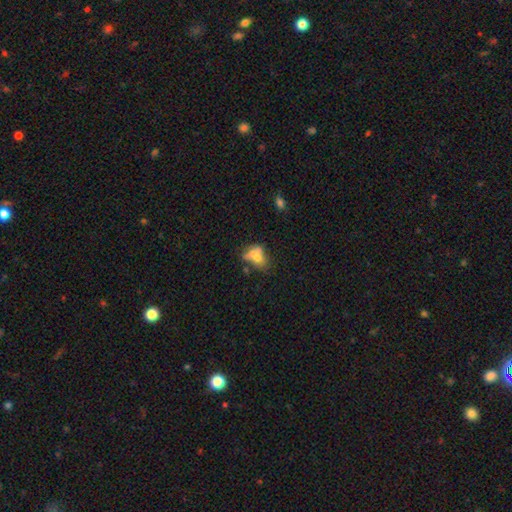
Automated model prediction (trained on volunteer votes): Smooth or featured? smooth (59%)
How rounded? in between (68%)
Merging? merger (42%)